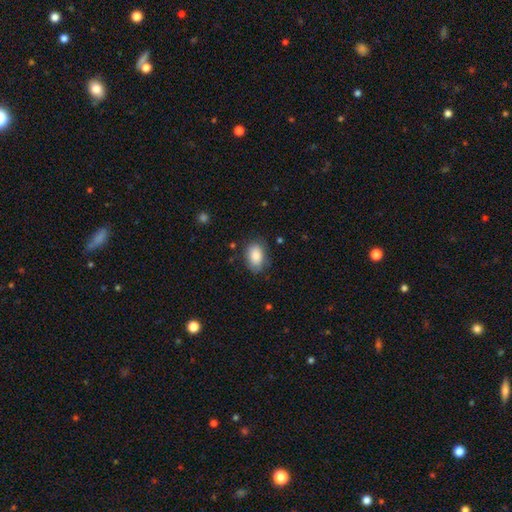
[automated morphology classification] smooth-or-featured: smooth: 86% | featured or disk: 8% | star or artifact: 7%
  how-rounded: in between: 89% | round: 10% | cigar-shaped: 1%
  merging: none: 76% | minor disturbance: 18% | major disturbance: 5% | merger: 2%